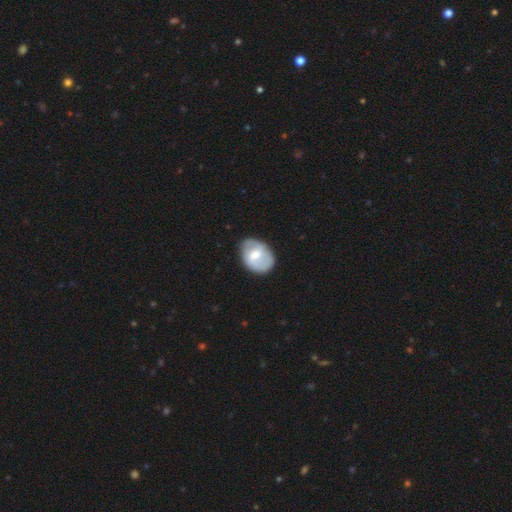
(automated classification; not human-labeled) Q: Smooth or featured?
A: featured or disk (53%); runner-up: smooth (41%)
Q: Edge-on disk?
A: no (96%); runner-up: yes (4%)
Q: Bar?
A: weak (54%); runner-up: no (29%)
Q: Spiral arms?
A: yes (69%); runner-up: no (31%)
Q: Bulge size?
A: moderate (59%); runner-up: small (33%)
Q: Merging?
A: none (73%); runner-up: minor disturbance (20%)